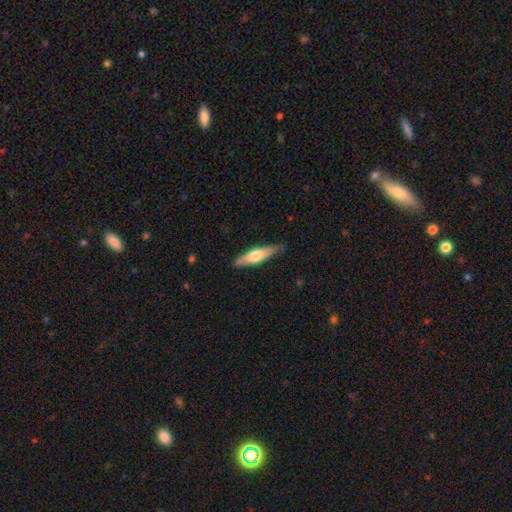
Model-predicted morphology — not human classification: The model was most divided on "smooth or featured": smooth: 51%, featured or disk: 44%, star or artifact: 5%. More confident: merging — none (81%); how rounded — cigar-shaped (72%).